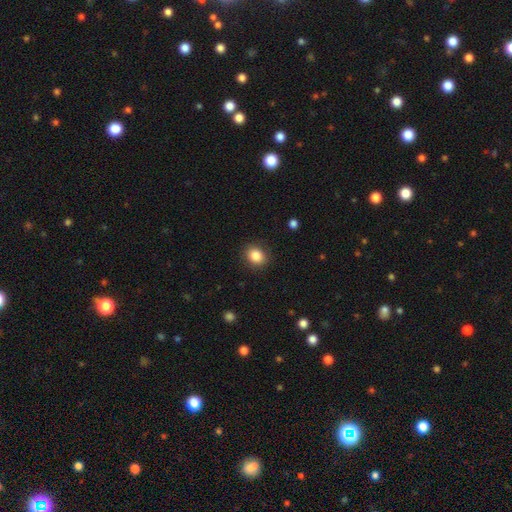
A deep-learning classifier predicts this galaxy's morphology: smooth 86%, star or artifact 9%, featured or disk 5%. Down the decision tree: how rounded — round (61%); merging — none (89%).